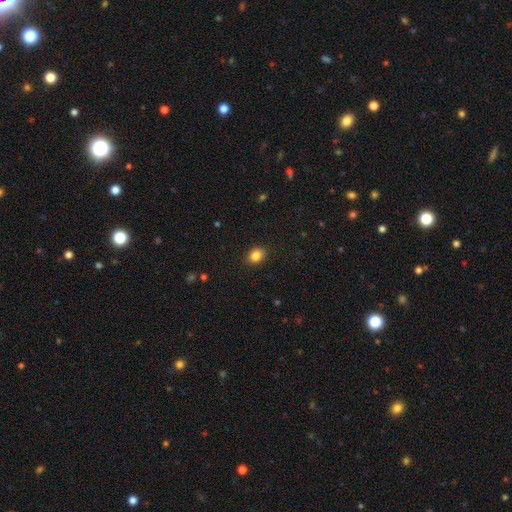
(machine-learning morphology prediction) Smooth or featured? smooth (85%)
How rounded? in between (52%)
Merging? none (88%)